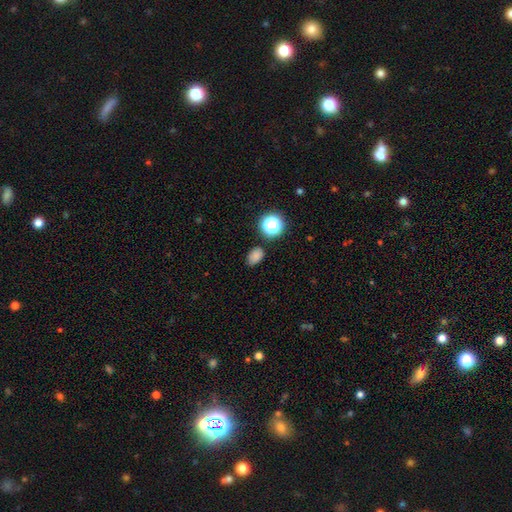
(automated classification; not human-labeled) A smooth galaxy with no disk features (78%) that is in between round and cigar-shaped (75%). Merging: none (78%).